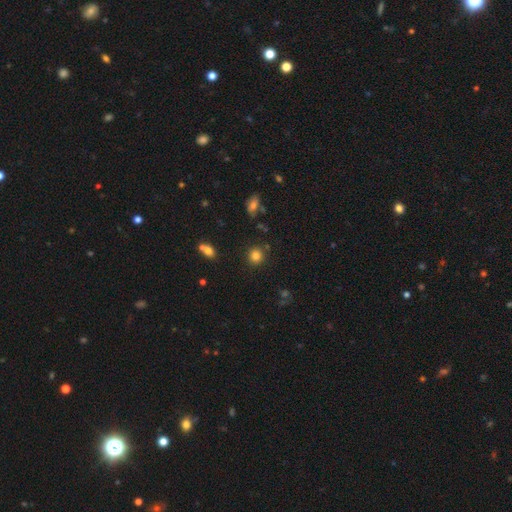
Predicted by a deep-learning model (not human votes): Smooth or featured?
  - smooth: 82% *
  - star or artifact: 12%
  - featured or disk: 6%
How rounded?
  - round: 89% *
  - in between: 10%
  - cigar-shaped: 1%
Merging?
  - none: 85% *
  - minor disturbance: 8%
  - merger: 4%
  - major disturbance: 3%